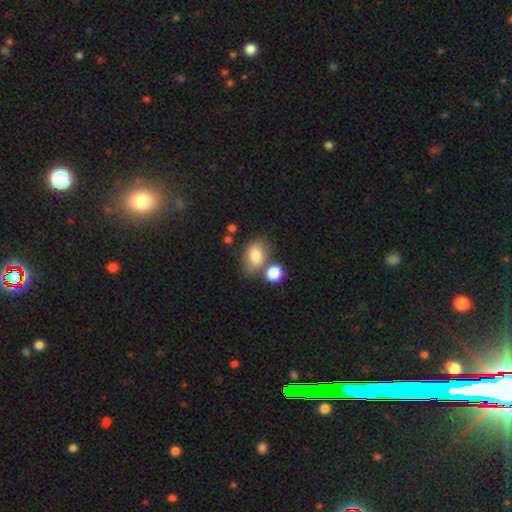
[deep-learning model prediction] A smooth galaxy with no disk features (80%) that is in between round and cigar-shaped (78%). Merging: none (54%).